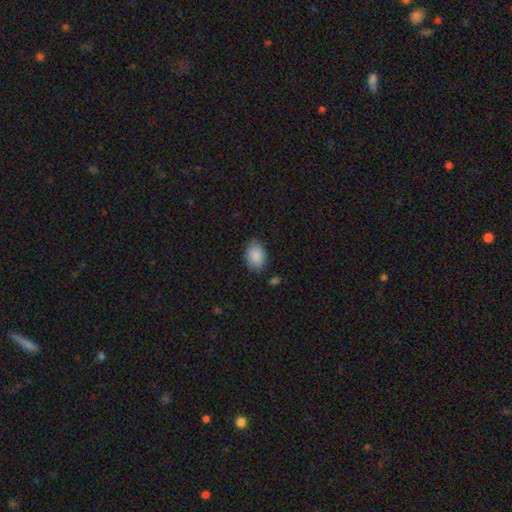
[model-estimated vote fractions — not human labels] Smooth or featured?
  - smooth: 88% *
  - star or artifact: 7%
  - featured or disk: 5%
How rounded?
  - in between: 81% *
  - round: 18%
  - cigar-shaped: 1%
Merging?
  - none: 82% *
  - minor disturbance: 13%
  - major disturbance: 3%
  - merger: 2%